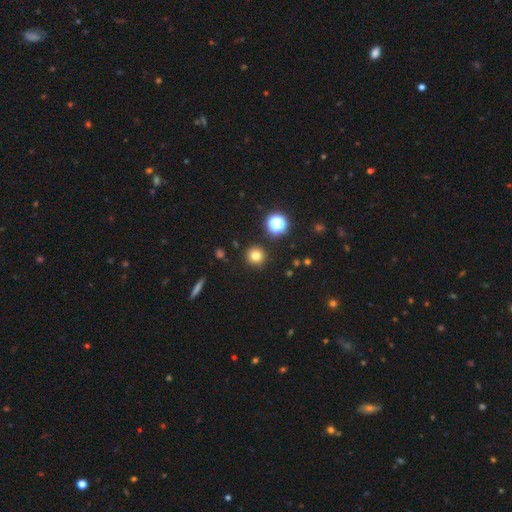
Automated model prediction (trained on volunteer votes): Smooth or featured? smooth (77%)
How rounded? round (95%)
Merging? none (90%)